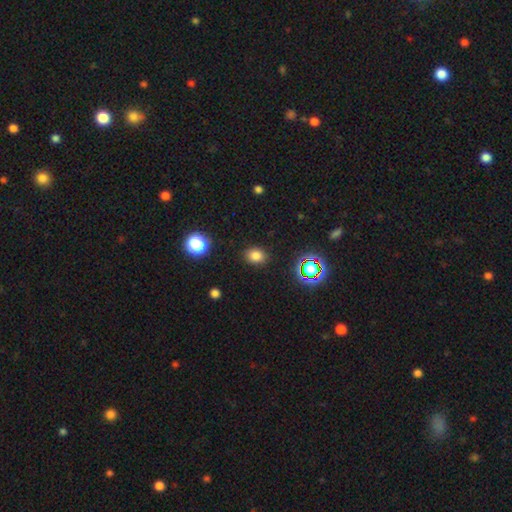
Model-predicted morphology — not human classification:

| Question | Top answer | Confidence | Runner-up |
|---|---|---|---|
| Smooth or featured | smooth | 79% | star or artifact (16%) |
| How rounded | in between | 50% | round (49%) |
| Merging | none | 88% | minor disturbance (8%) |